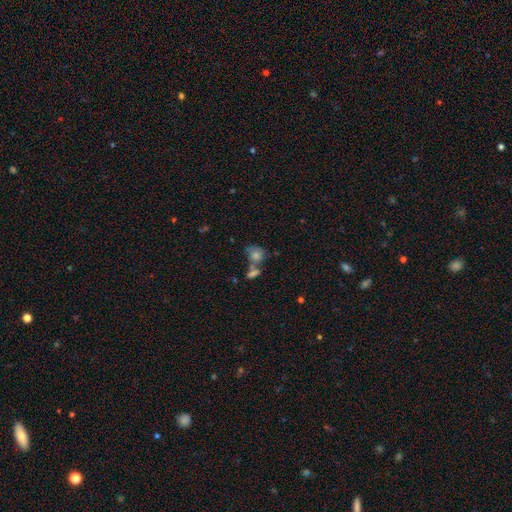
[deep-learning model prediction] Smooth or featured? smooth (53%)
How rounded? round (61%)
Merging? none (45%)